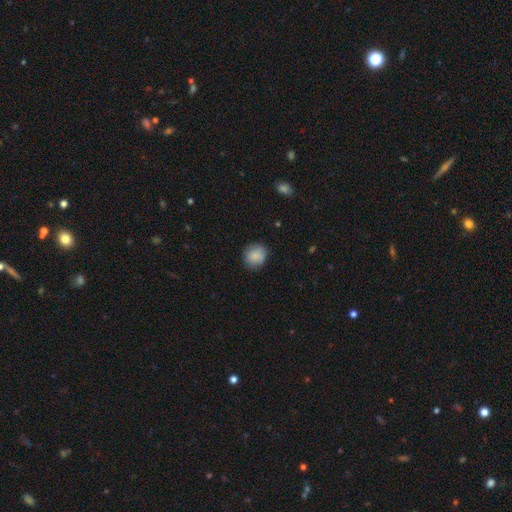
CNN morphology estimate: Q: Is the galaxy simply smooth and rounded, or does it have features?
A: smooth — 86%.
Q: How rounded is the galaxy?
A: round — 83%.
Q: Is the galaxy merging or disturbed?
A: none — 82%.